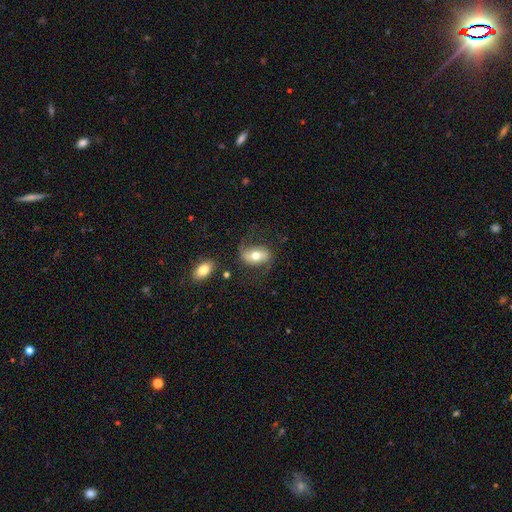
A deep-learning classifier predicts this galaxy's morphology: A smooth galaxy with no disk features (47%). Merging: none (63%).